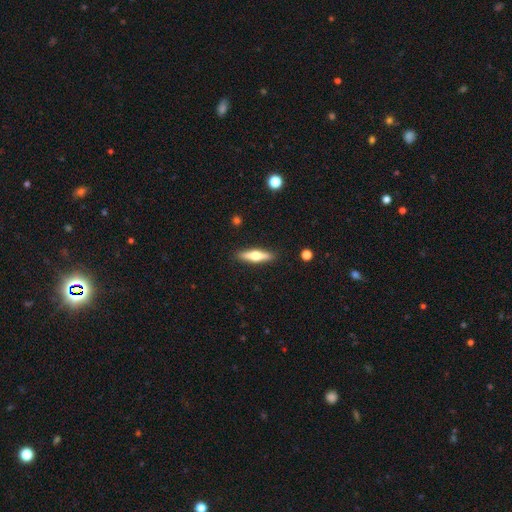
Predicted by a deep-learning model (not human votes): smooth-or-featured: featured or disk: 52% | smooth: 43% | star or artifact: 6%
  disk-edge-on: yes: 94% | no: 6%
  merging: none: 90% | minor disturbance: 7% | major disturbance: 2% | merger: 1%